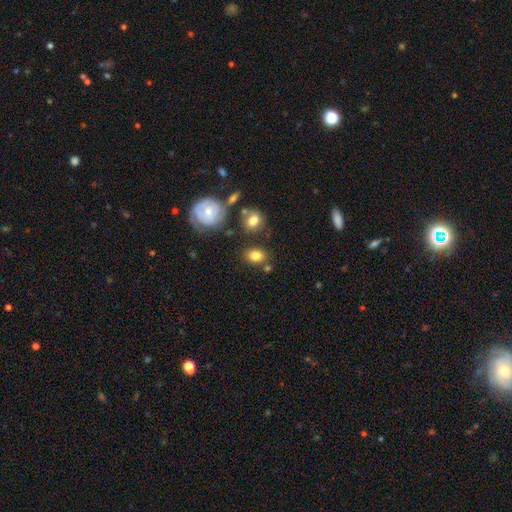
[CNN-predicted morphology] Overall: smooth (80%). How rounded: in between (64%; round 35%). Merging: none (73%).